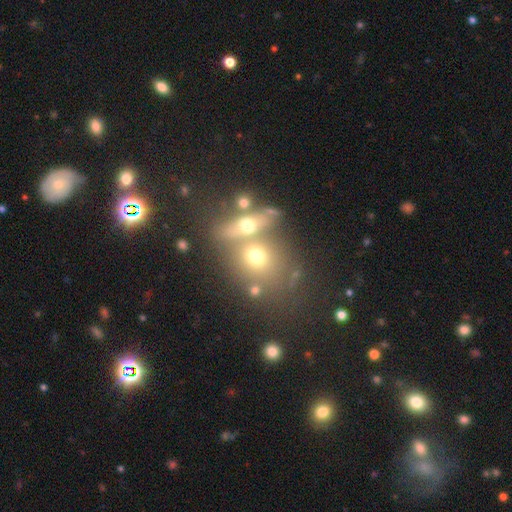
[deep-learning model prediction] Smooth or featured? Predicted: smooth (p=0.65). How rounded? Predicted: round (p=0.61). Merging? Predicted: merger (p=0.50).